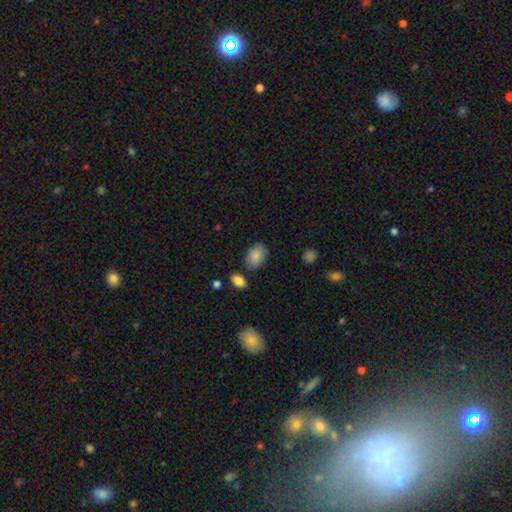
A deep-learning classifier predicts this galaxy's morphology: This appears to be a smooth galaxy with no disk features (87%) that is in between round and cigar-shaped (77%). Merging: none (79%).